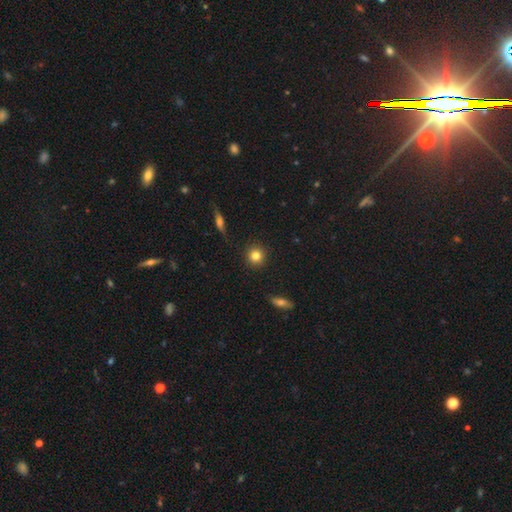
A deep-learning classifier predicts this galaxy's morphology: A smooth galaxy with no disk features (82%) that is round (92%). Merging: none (91%).